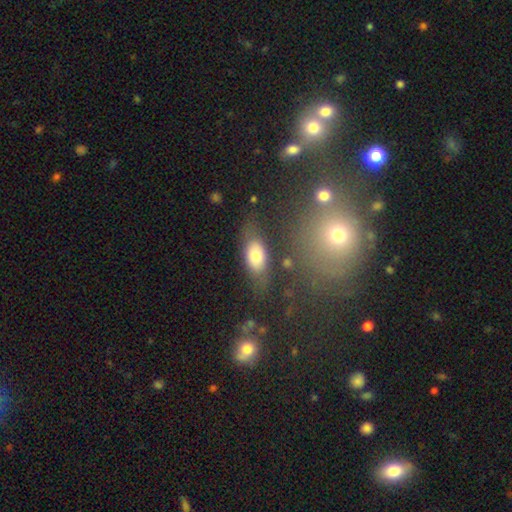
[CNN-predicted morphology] Smooth or featured? Predicted: smooth (p=0.71). How rounded? Predicted: in between (p=0.85). Merging? Predicted: none (p=0.68).